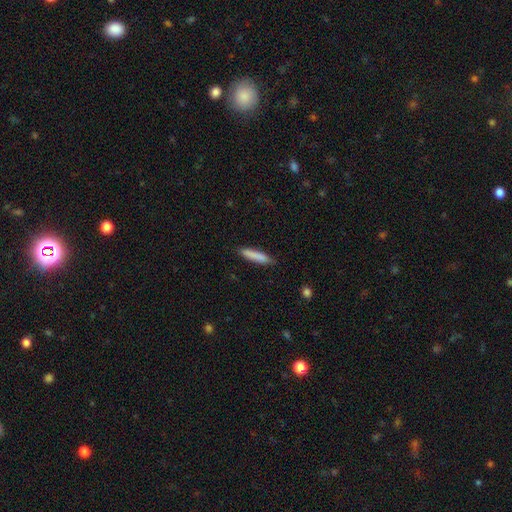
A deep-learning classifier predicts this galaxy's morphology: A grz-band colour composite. It shows a smooth galaxy with no disk features (84%) that is cigar-shaped (88%). Merging: none (87%).